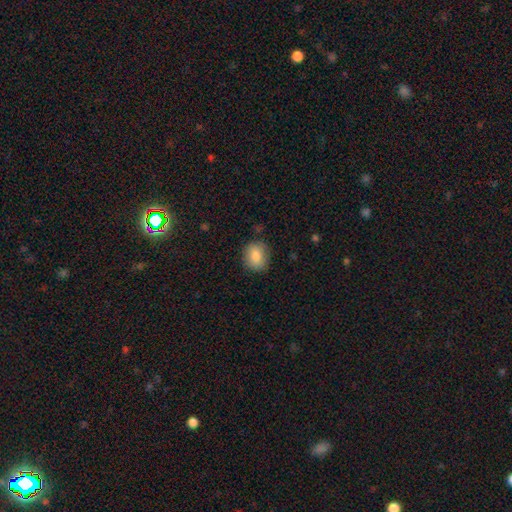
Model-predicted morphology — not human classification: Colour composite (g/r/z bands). It shows a smooth galaxy with no disk features (83%) that is round (70%). Merging: none (83%).